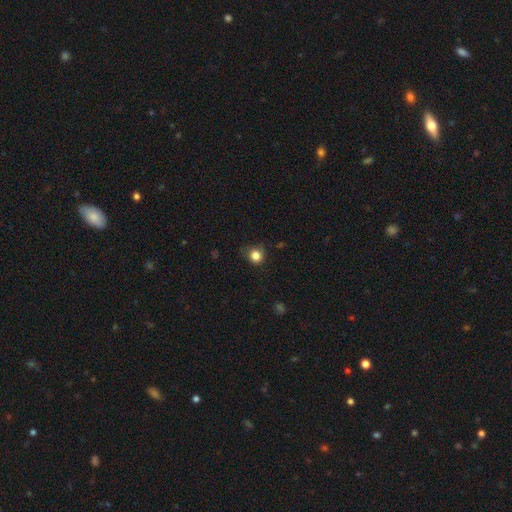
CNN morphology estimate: This appears to be a smooth galaxy with no disk features (83%) that is round (86%). Merging: none (72%).